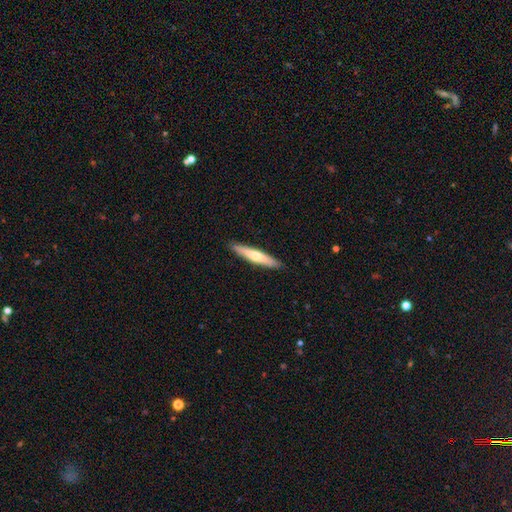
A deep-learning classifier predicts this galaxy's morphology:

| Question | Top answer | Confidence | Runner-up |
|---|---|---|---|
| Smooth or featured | smooth | 55% | featured or disk (40%) |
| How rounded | cigar-shaped | 91% | in between (8%) |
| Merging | none | 90% | minor disturbance (7%) |